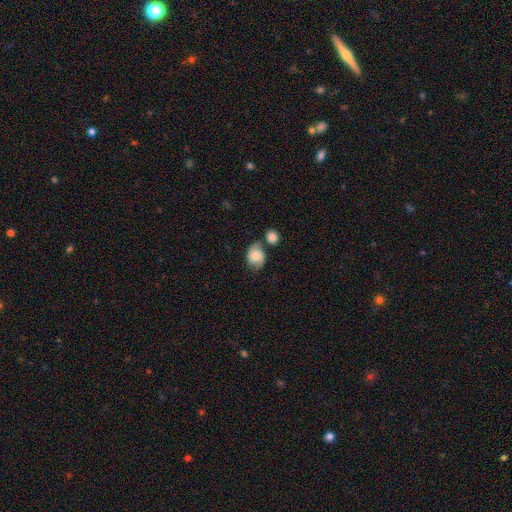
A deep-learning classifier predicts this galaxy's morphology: This is possibly a smooth galaxy (57%). How rounded: possibly in between (52%). Merging: possibly none (47%).